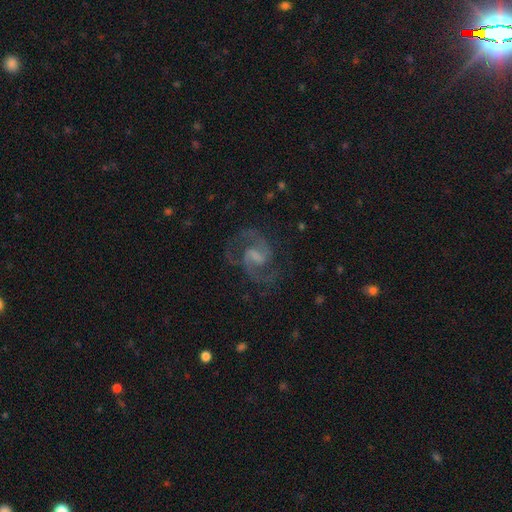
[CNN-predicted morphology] Smooth or featured?
  - featured or disk: 89% *
  - star or artifact: 6%
  - smooth: 5%
Edge-on disk?
  - no: 98% *
  - yes: 2%
Bar?
  - weak: 57% *
  - strong: 25%
  - no: 18%
Spiral arms?
  - yes: 97% *
  - no: 3%
Spiral winding?
  - medium: 65% *
  - loose: 19%
  - tight: 16%
Spiral arm count?
  - 2: 92% *
  - can't tell: 2%
  - 3: 2%
  - 1: 1%
  - 4: 1%
  - more than 4: 1%
Bulge size?
  - none: 41% *
  - small: 26%
  - moderate: 24%
  - large: 8%
  - dominant: 1%
Merging?
  - none: 76% *
  - minor disturbance: 14%
  - major disturbance: 9%
  - merger: 1%